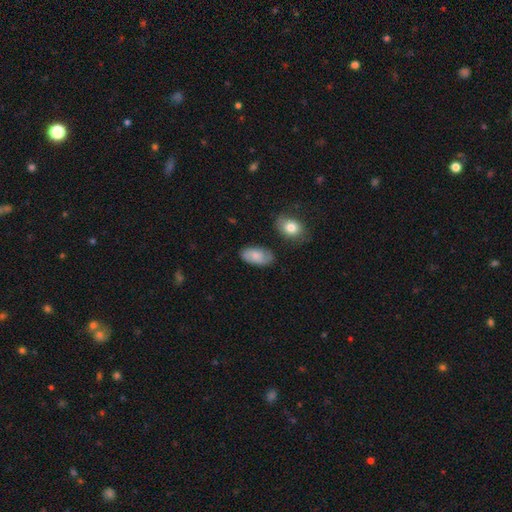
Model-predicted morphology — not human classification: The model was most divided on "smooth or featured": smooth: 66%, featured or disk: 27%, star or artifact: 7%. More confident: how rounded — in between (93%); merging — none (75%).